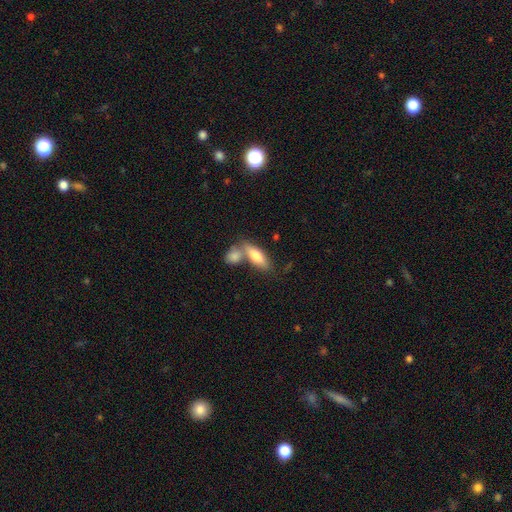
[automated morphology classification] type=smooth (76%); roundness=in between (70%); merging=merger (43%).